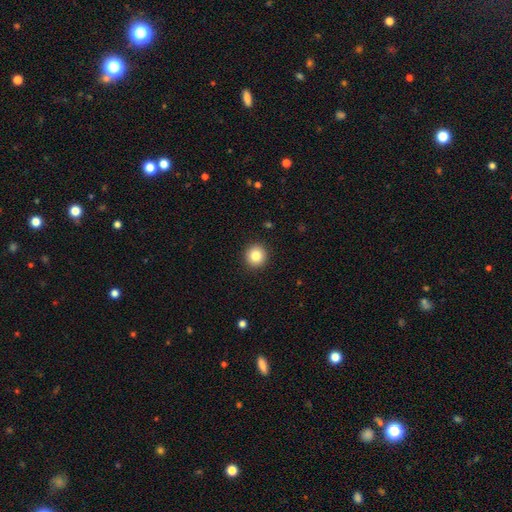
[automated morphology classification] A smooth galaxy with no disk features (83%) that is round (94%).

Vote fractions:
- Smooth or featured? smooth: 83% / star or artifact: 10% / featured or disk: 7%
- How rounded? round: 94% / in between: 5% / cigar-shaped: 1%
- Merging? none: 92% / minor disturbance: 5% / major disturbance: 2% / merger: 1%